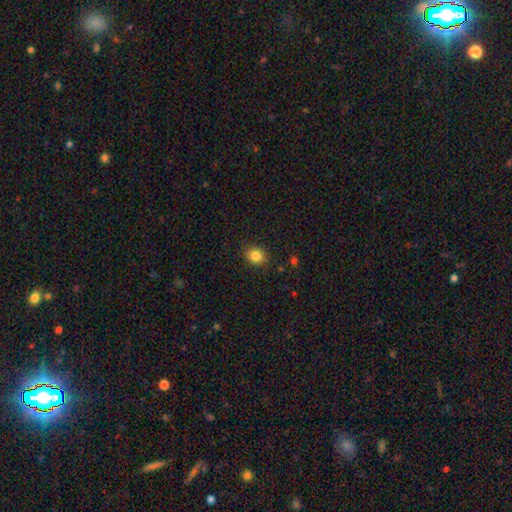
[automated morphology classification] Smooth or featured: smooth — 84% (star or artifact — 10%)
How rounded: round — 57% (in between — 42%)
Merging: none — 86% (minor disturbance — 10%)